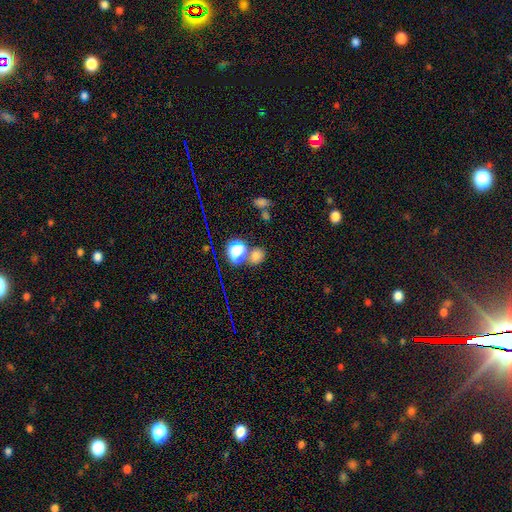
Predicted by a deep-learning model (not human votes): Morphology: type=smooth (67%); roundness=round (63%); merging=none (66%).